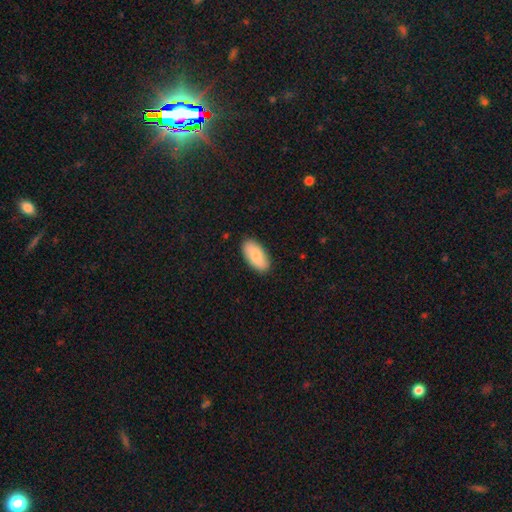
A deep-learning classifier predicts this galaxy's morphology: Overall: smooth (80%). How rounded: in between (93%). Merging: none (86%).